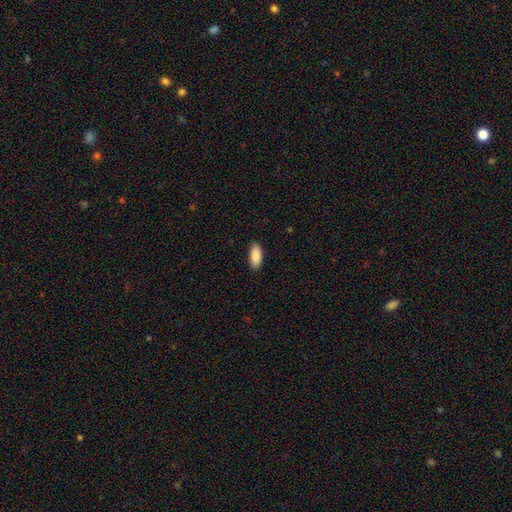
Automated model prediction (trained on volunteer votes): A smooth galaxy with no disk features (90%) that is in between round and cigar-shaped (85%).

Vote fractions:
- Smooth or featured? smooth: 90% / star or artifact: 6% / featured or disk: 4%
- How rounded? in between: 85% / cigar-shaped: 13% / round: 2%
- Merging? none: 88% / minor disturbance: 9% / major disturbance: 2% / merger: 1%